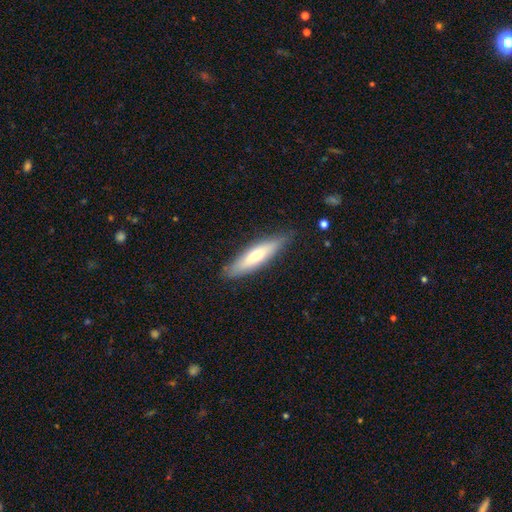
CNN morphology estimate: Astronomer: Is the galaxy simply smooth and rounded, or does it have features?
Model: smooth — 62%.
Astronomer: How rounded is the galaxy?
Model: cigar-shaped — 76%.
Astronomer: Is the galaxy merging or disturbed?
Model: none — 85%.